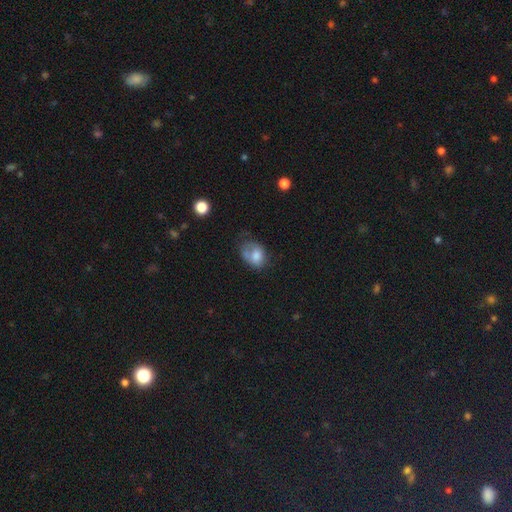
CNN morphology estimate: smooth-or-featured: smooth: 69% | featured or disk: 22% | star or artifact: 9%
  how-rounded: in between: 72% | round: 26% | cigar-shaped: 1%
  merging: minor disturbance: 33% | none: 30% | major disturbance: 29% | merger: 7%